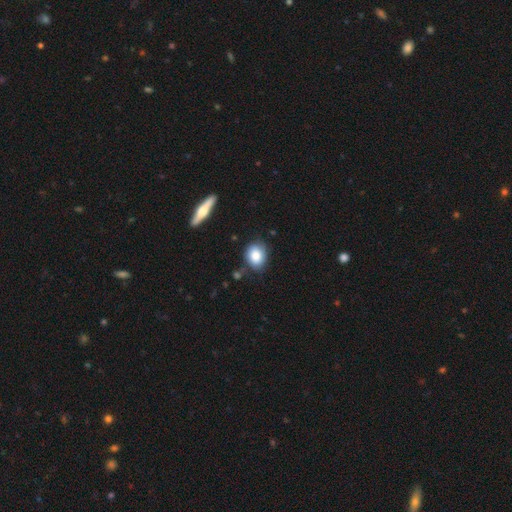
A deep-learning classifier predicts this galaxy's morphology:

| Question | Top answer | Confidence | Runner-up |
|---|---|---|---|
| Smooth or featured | smooth | 81% | featured or disk (11%) |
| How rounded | in between | 49% | tied: round (49%) |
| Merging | none | 74% | minor disturbance (19%) |